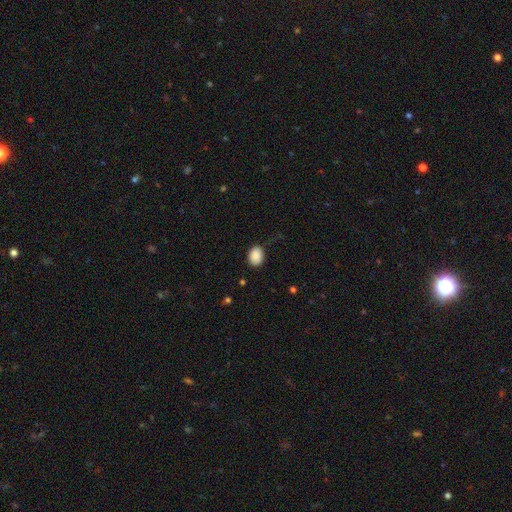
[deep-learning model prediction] This appears to be a smooth galaxy with no disk features (88%) that is in between round and cigar-shaped (68%). Merging: none (79%).